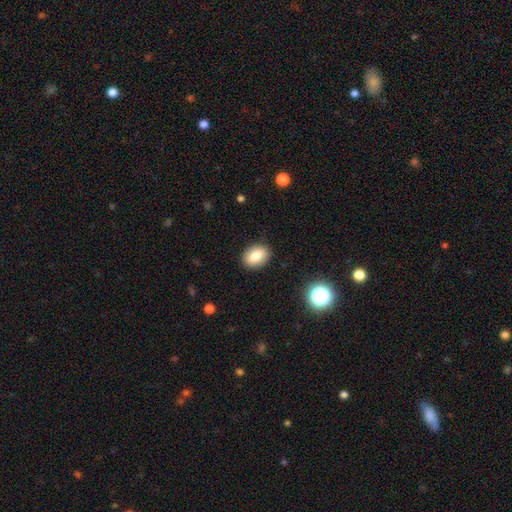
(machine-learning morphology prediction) Smooth or featured: smooth — 81% (featured or disk — 10%)
How rounded: in between — 74% (round — 24%)
Merging: none — 88% (minor disturbance — 8%)